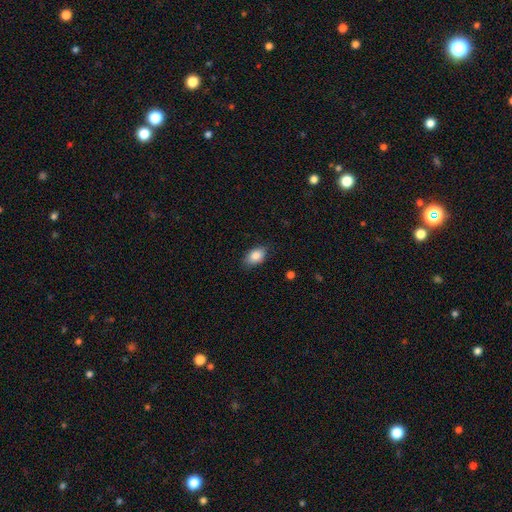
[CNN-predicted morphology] smooth 85%, star or artifact 7%, featured or disk 7%. Down the decision tree: how rounded — in between (89%); merging — none (83%).